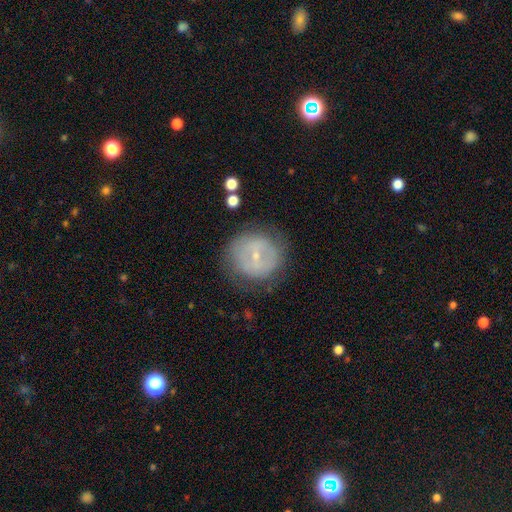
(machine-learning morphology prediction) Smooth or featured: featured or disk — 52% (smooth — 39%)
Edge-on disk: no — 95% (yes — 5%)
Bar: weak — 43% (no — 35%)
Spiral arms: no — 64% (yes — 36%)
Bulge size: small — 76% (moderate — 19%)
Merging: none — 73% (minor disturbance — 16%)